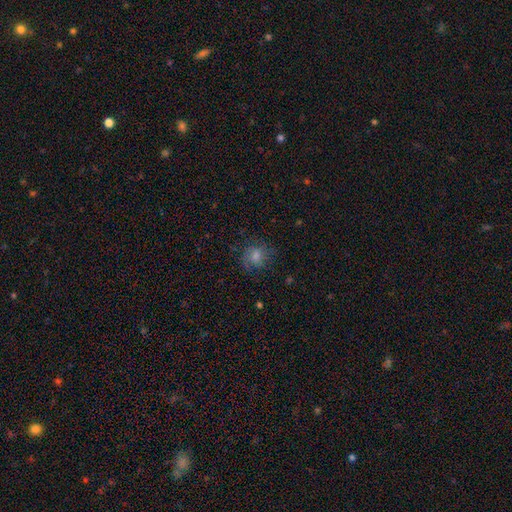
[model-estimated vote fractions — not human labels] Smooth or featured? smooth (57%)
How rounded? round (75%)
Merging? none (73%)